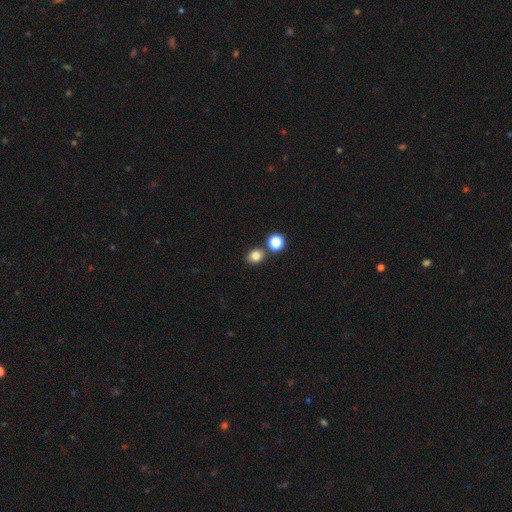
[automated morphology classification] This appears to be a smooth galaxy with no disk features (81%) that is round (60%). Merging: none (75%).